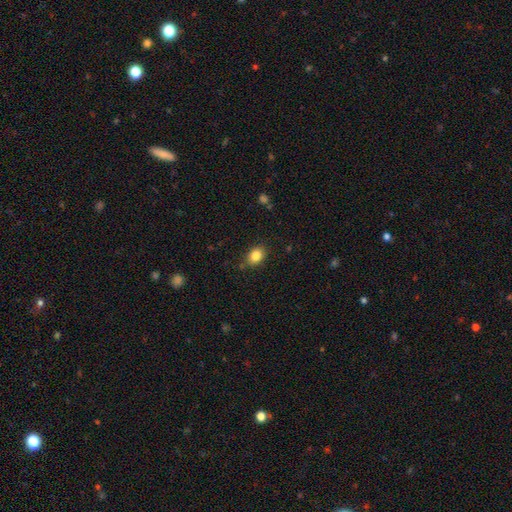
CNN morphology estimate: Q: Smooth or featured?
A: smooth (84%); runner-up: star or artifact (10%)
Q: How rounded?
A: in between (63%); runner-up: round (36%)
Q: Merging?
A: none (81%); runner-up: minor disturbance (14%)